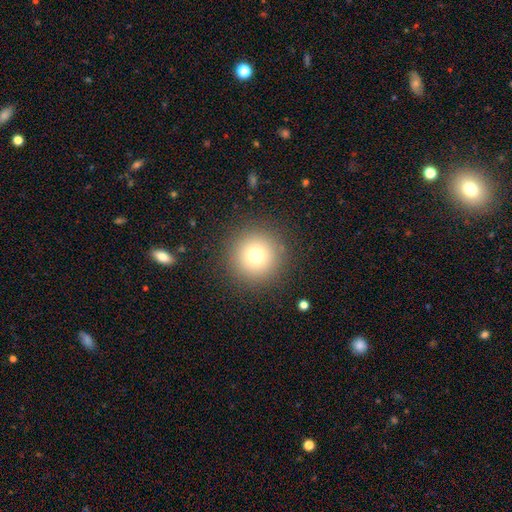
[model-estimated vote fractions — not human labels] Smooth or featured?
  - smooth: 76% *
  - star or artifact: 14%
  - featured or disk: 10%
How rounded?
  - round: 96% *
  - in between: 3%
  - cigar-shaped: 1%
Merging?
  - none: 90% *
  - minor disturbance: 6%
  - major disturbance: 3%
  - merger: 1%